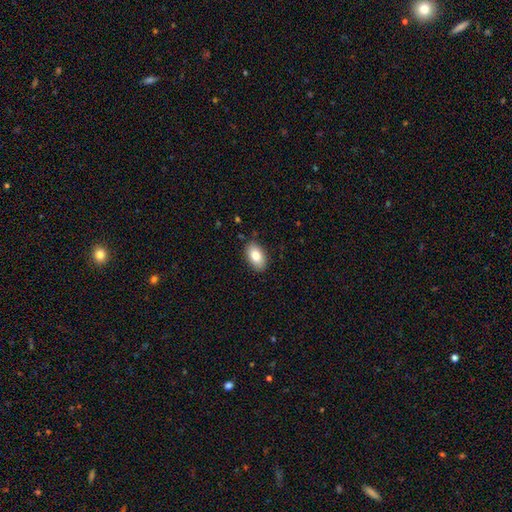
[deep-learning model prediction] Overall: smooth (81%). How rounded: in between (92%). Merging: none (86%).